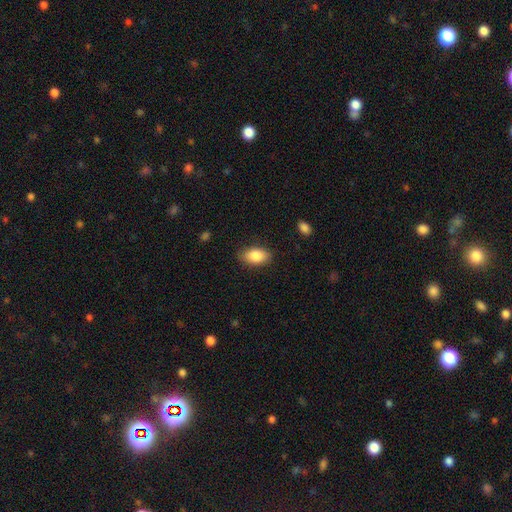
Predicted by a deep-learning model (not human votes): Morphology: type=smooth (85%); roundness=in between (92%); merging=none (85%).